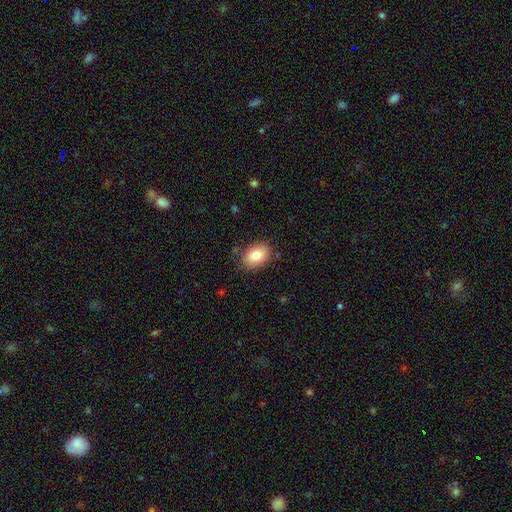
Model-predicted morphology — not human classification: Overall: smooth (83%). How rounded: in between (84%). Merging: none (82%).